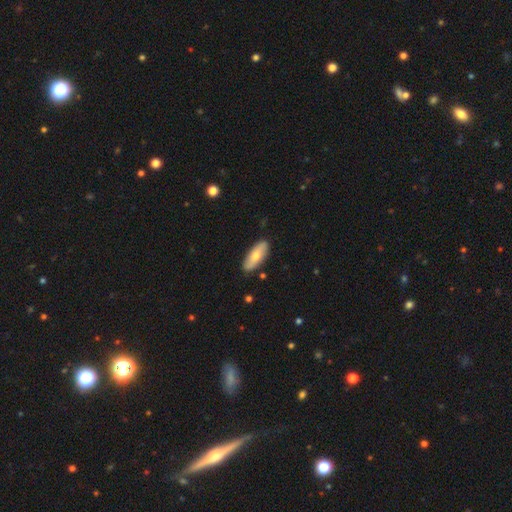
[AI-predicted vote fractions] smooth-or-featured: smooth: 66% | featured or disk: 29% | star or artifact: 5%
  how-rounded: in between: 73% | cigar-shaped: 25% | round: 2%
  merging: none: 87% | minor disturbance: 10% | major disturbance: 2% | merger: 1%